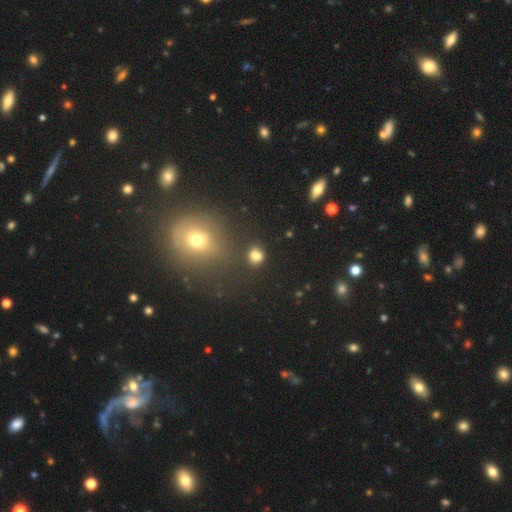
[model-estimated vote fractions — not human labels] smooth_or_featured: smooth (p=0.77) [alt: star or artifact p=0.17]
how_rounded: round (p=0.60) [alt: in between p=0.39]
merging: none (p=0.72) [alt: minor disturbance p=0.12]